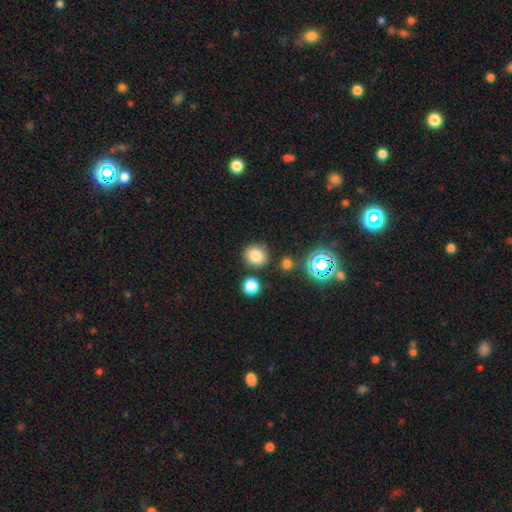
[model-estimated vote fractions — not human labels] Smooth or featured? smooth (78%)
How rounded? round (87%)
Merging? none (81%)